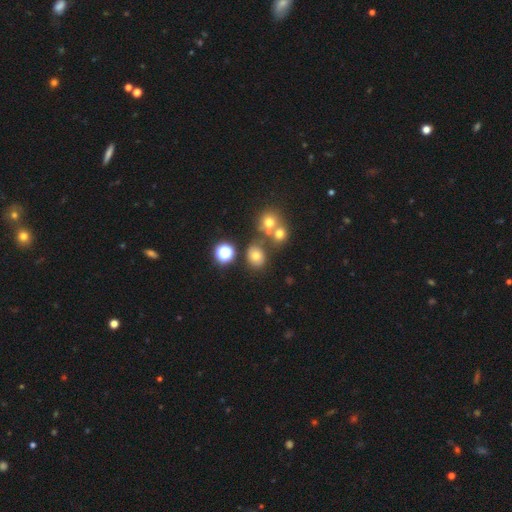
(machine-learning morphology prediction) Q: Smooth or featured?
A: smooth (65%); runner-up: star or artifact (22%)
Q: How rounded?
A: round (57%); runner-up: in between (42%)
Q: Merging?
A: none (67%); runner-up: merger (16%)